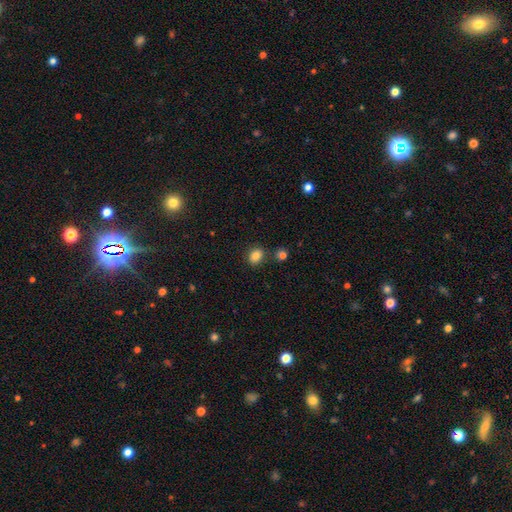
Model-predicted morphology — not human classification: smooth 84%, star or artifact 11%, featured or disk 5%. Down the decision tree: how rounded — in between (55%); merging — none (78%).